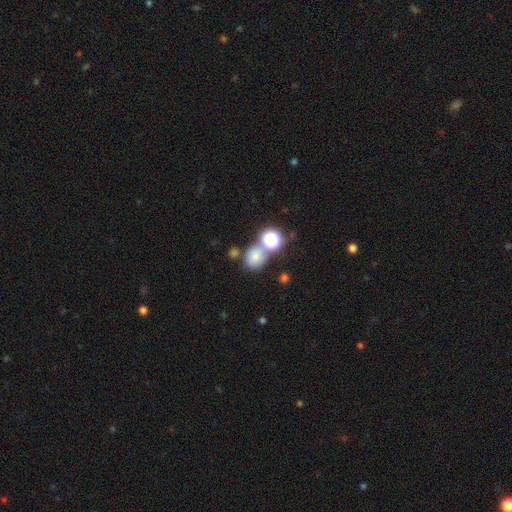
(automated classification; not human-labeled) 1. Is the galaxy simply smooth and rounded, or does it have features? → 72% smooth, 19% star or artifact, 9% featured or disk.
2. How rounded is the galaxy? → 73% round, 26% in between, 1% cigar-shaped.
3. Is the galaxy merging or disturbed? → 54% none, 30% merger, 12% minor disturbance, 5% major disturbance.